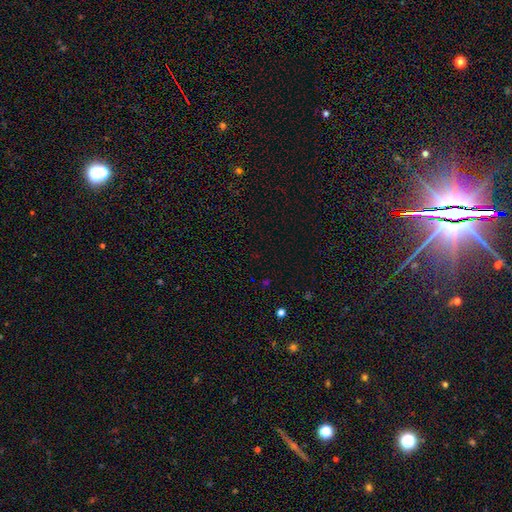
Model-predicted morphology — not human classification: type=star or artifact (65%).